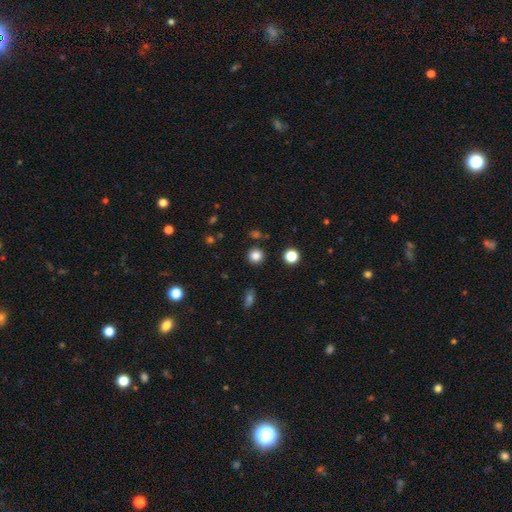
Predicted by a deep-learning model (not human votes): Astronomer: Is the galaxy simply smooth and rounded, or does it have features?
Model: smooth — 83%.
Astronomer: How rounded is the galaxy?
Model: round — 93%.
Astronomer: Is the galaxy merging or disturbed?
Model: none — 90%.